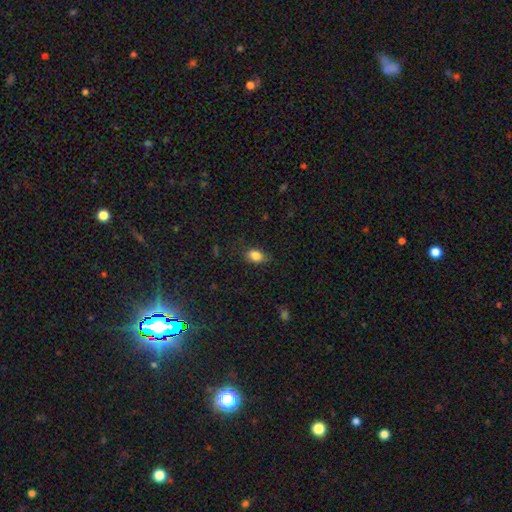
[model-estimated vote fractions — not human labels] Smooth or featured?
  - smooth: 83% *
  - star or artifact: 9%
  - featured or disk: 7%
How rounded?
  - in between: 82% *
  - round: 15%
  - cigar-shaped: 2%
Merging?
  - none: 81% *
  - minor disturbance: 15%
  - major disturbance: 3%
  - merger: 1%